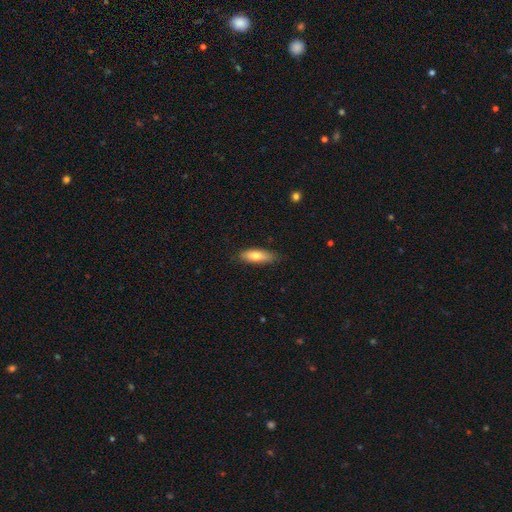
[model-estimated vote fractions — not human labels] Morphology: type=smooth (72%); roundness=in between (56%); merging=none (81%).